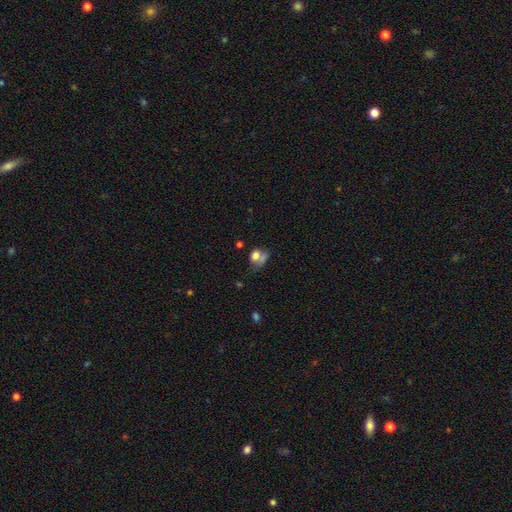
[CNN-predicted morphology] This is likely a smooth galaxy (69%). How rounded: possibly in between (54%). Merging: marginally none (28%).